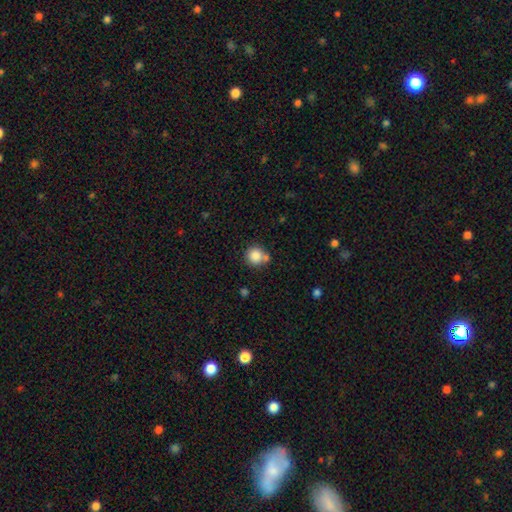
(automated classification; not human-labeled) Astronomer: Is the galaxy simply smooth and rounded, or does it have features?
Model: smooth — 85%.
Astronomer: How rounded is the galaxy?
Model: round — 91%.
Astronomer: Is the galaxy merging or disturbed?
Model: none — 64%.